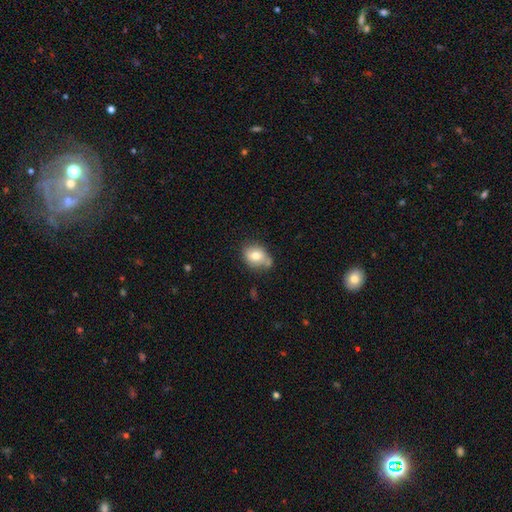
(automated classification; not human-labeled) Smooth or featured?
  - smooth: 73% *
  - featured or disk: 18%
  - star or artifact: 9%
How rounded?
  - in between: 55% *
  - round: 44%
  - cigar-shaped: 1%
Merging?
  - none: 54% *
  - minor disturbance: 26%
  - merger: 13%
  - major disturbance: 6%